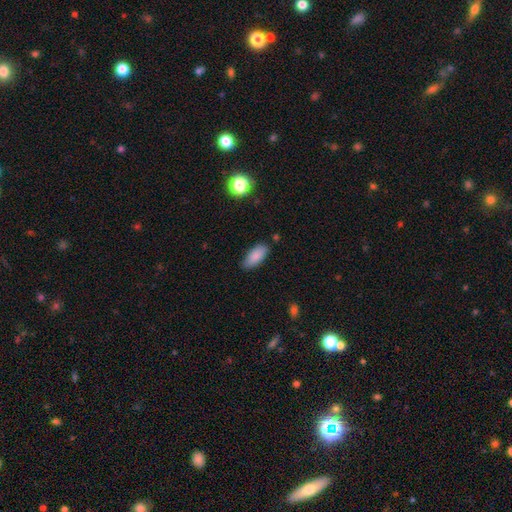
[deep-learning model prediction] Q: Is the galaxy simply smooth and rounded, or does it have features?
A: smooth — 86%.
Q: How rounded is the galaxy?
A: in between — 85%.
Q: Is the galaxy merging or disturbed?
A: none — 80%.